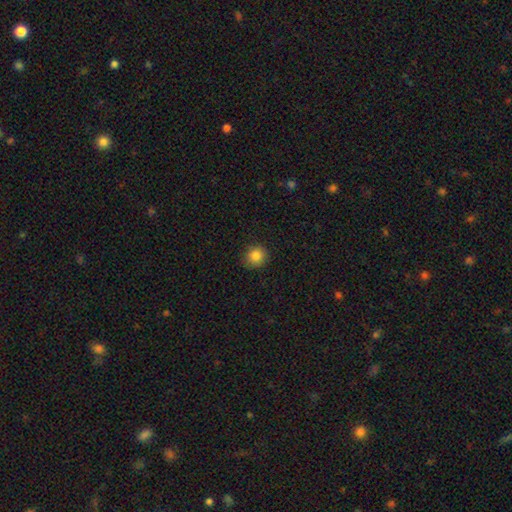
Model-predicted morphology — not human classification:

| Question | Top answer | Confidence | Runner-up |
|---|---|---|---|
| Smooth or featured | smooth | 86% | star or artifact (10%) |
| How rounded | round | 87% | in between (12%) |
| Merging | none | 85% | minor disturbance (12%) |